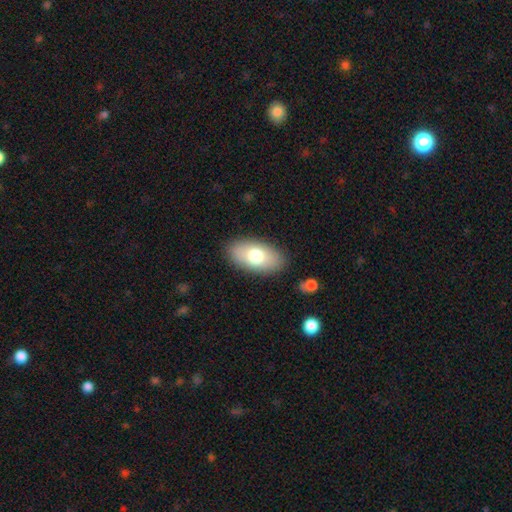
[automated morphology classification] Overall: smooth (74%). How rounded: in between (93%). Merging: none (87%).